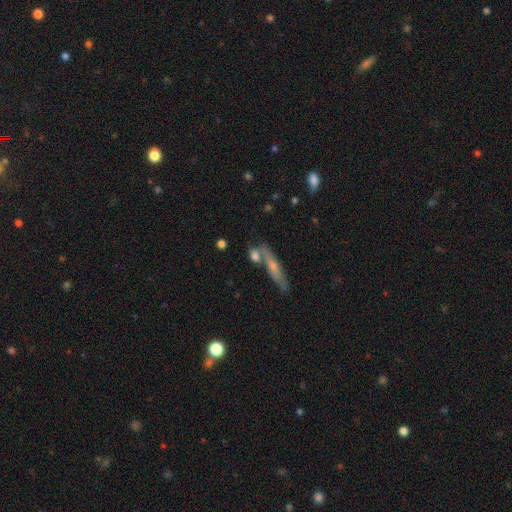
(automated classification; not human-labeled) smooth-or-featured: smooth: 67% | featured or disk: 23% | star or artifact: 10%
  how-rounded: in between: 36% | cigar-shaped: 34% | round: 30%
  merging: none: 53% | merger: 30% | minor disturbance: 12% | major disturbance: 5%